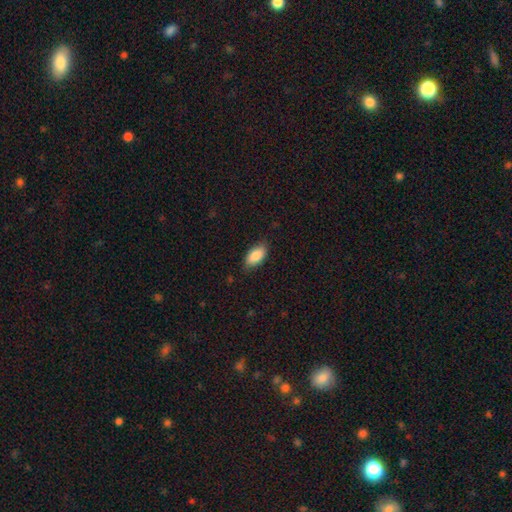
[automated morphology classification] This is clearly a smooth galaxy (88%). How rounded: clearly in between (92%). Merging: clearly none (80%).